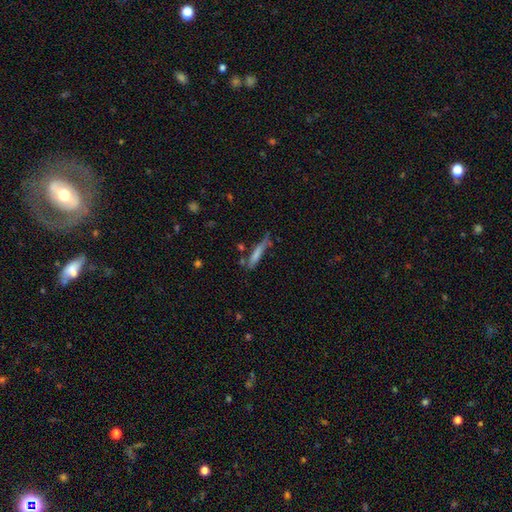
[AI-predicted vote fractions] smooth-or-featured: smooth: 66% | featured or disk: 26% | star or artifact: 8%
  how-rounded: cigar-shaped: 91% | in between: 8% | round: 2%
  merging: none: 61% | minor disturbance: 23% | major disturbance: 8% | merger: 8%